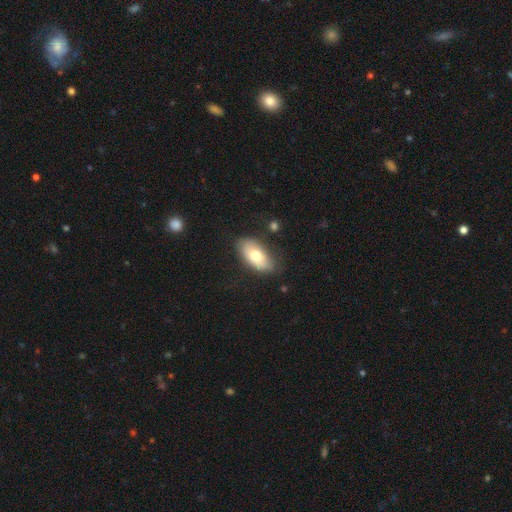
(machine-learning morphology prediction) A smooth galaxy with no disk features (67%) that is in between round and cigar-shaped (91%). Merging: none (79%).